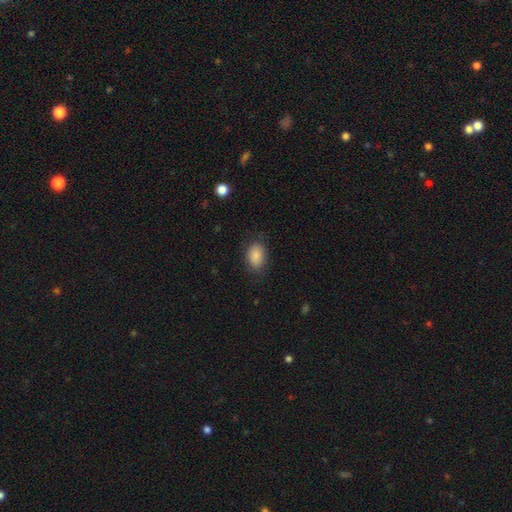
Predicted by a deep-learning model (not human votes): smooth_or_featured: smooth (p=0.87) [alt: star or artifact p=0.08]
how_rounded: in between (p=0.81) [alt: round p=0.18]
merging: none (p=0.80) [alt: minor disturbance p=0.15]